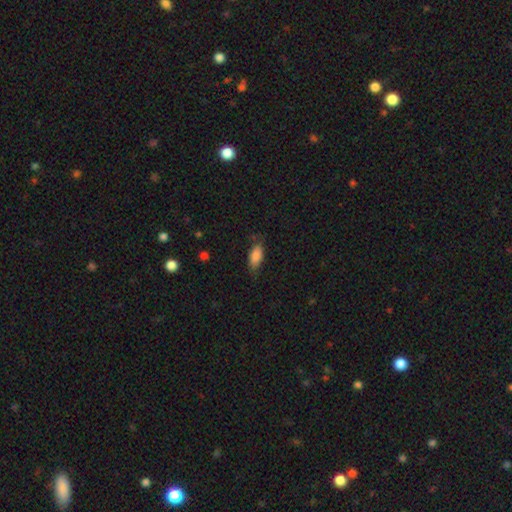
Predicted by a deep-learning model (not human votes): A smooth galaxy with no disk features (85%) that is in between round and cigar-shaped (86%).

Vote fractions:
- Smooth or featured? smooth: 85% / featured or disk: 8% / star or artifact: 7%
- How rounded? in between: 86% / cigar-shaped: 11% / round: 3%
- Merging? none: 71% / minor disturbance: 22% / major disturbance: 6% / merger: 1%